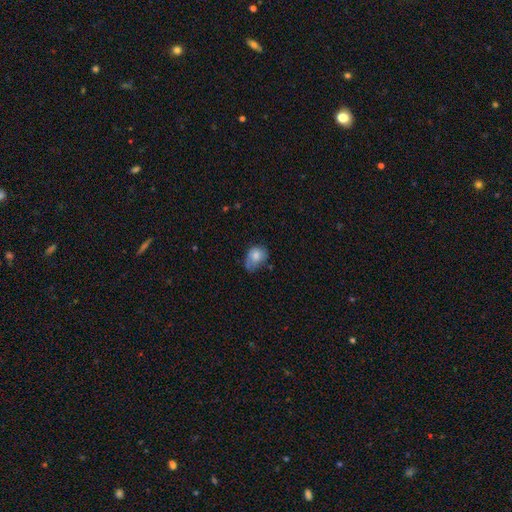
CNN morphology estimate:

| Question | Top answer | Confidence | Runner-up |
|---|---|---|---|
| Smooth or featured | smooth | 74% | featured or disk (18%) |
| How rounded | in between | 61% | round (38%) |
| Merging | minor disturbance | 40% | none (36%) |